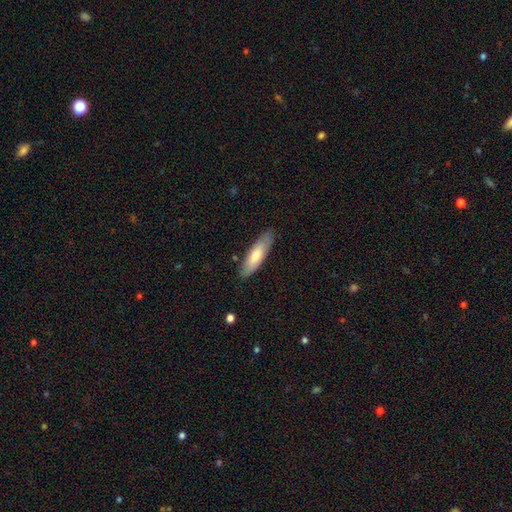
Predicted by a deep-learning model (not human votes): Smooth or featured: smooth — 72% (featured or disk — 23%)
How rounded: cigar-shaped — 55% (in between — 43%)
Merging: none — 83% (minor disturbance — 13%)